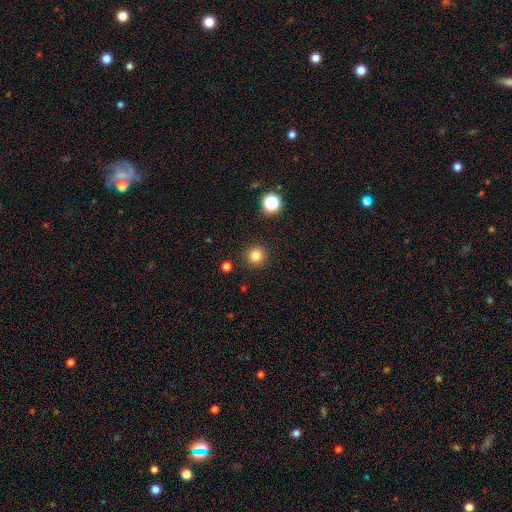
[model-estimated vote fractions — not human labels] smooth 82%, star or artifact 13%, featured or disk 5%. Down the decision tree: how rounded — round (93%); merging — none (89%).